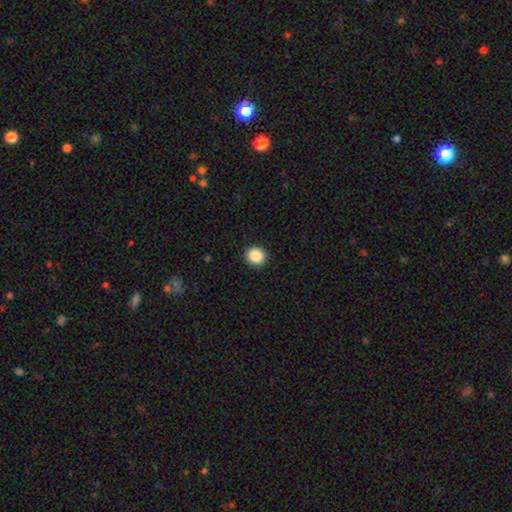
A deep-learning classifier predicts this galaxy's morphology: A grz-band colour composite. It shows a smooth galaxy with no disk features (88%) that is round (90%). Merging: none (93%).